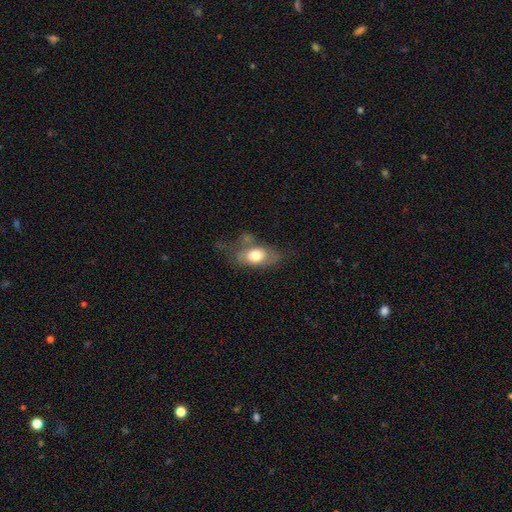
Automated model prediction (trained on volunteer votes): Smooth or featured? Predicted: smooth (p=0.69). How rounded? Predicted: in between (p=0.84). Merging? Predicted: none (p=0.44).